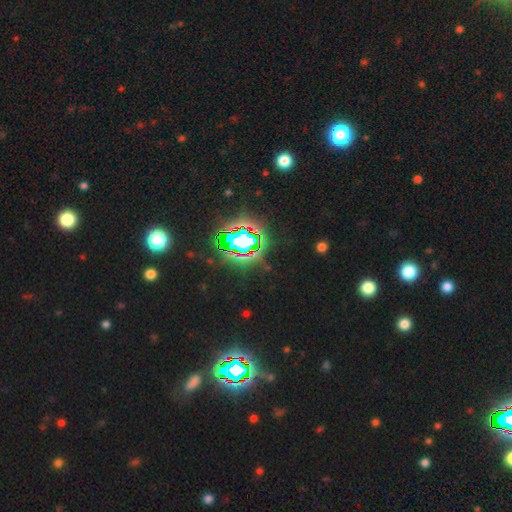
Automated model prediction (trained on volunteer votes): Q: Smooth or featured?
A: star or artifact (83%); runner-up: smooth (10%)